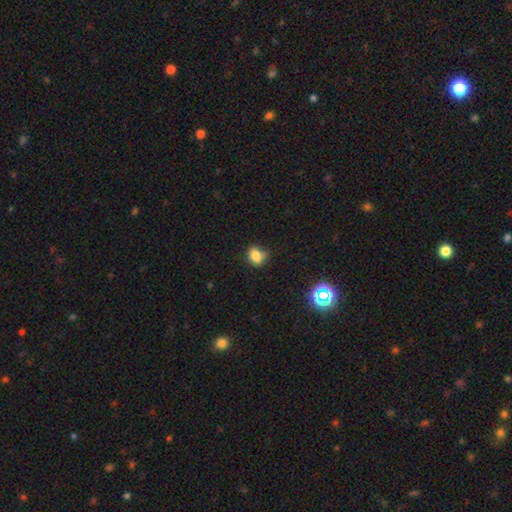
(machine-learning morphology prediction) This is likely a smooth galaxy (78%). How rounded: possibly in between (55%). Merging: possibly none (58%).